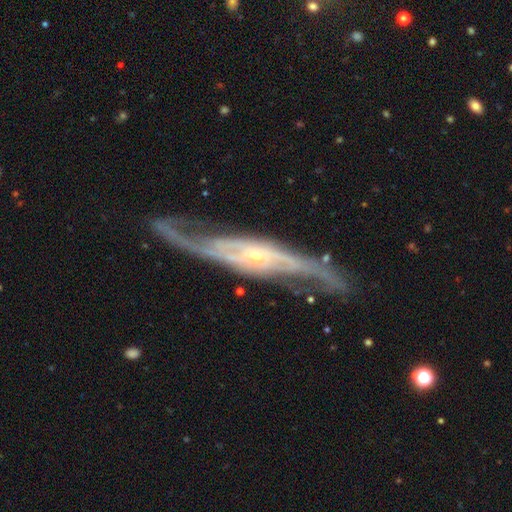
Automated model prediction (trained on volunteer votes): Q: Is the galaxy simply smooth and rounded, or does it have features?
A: featured or disk — 90%.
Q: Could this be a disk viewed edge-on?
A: no — 70%.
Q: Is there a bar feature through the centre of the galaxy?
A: no — 52%.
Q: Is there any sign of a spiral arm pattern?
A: yes — 96%.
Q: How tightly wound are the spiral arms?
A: medium — 41%.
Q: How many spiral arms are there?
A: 2 — 85%.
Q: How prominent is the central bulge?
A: small — 74%.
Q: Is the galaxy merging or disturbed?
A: none — 72%.